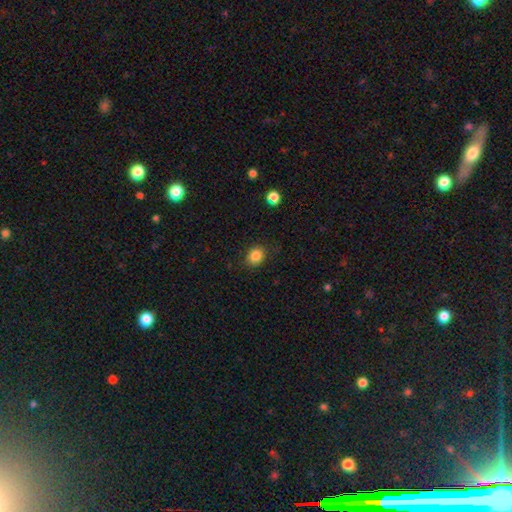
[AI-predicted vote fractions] Smooth or featured?
  - smooth: 85% *
  - star or artifact: 11%
  - featured or disk: 5%
How rounded?
  - round: 65% *
  - in between: 34%
  - cigar-shaped: 1%
Merging?
  - none: 84% *
  - minor disturbance: 12%
  - major disturbance: 3%
  - merger: 1%